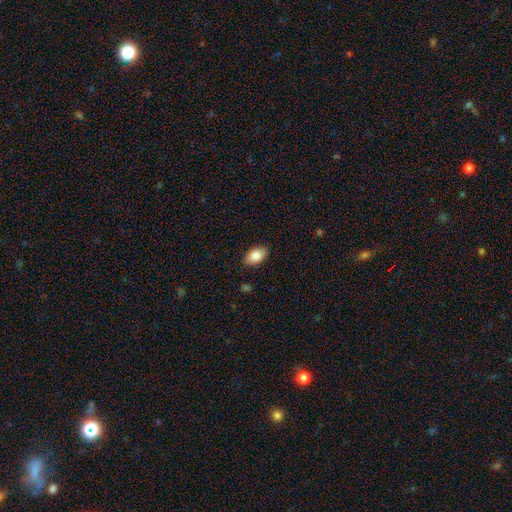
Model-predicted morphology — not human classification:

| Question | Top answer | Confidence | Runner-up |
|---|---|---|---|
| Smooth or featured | smooth | 84% | featured or disk (9%) |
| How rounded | in between | 91% | round (7%) |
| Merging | none | 87% | minor disturbance (10%) |